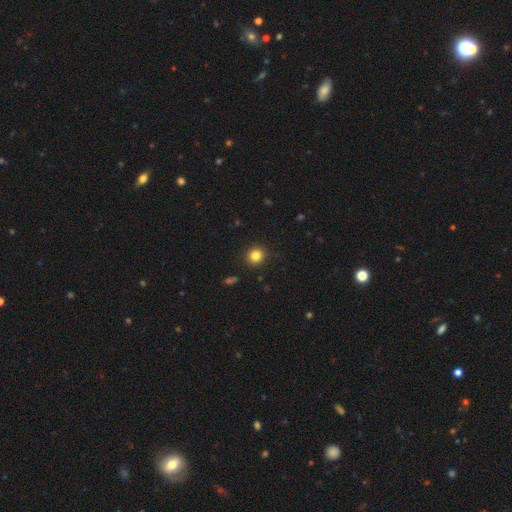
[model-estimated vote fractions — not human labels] smooth 83%, star or artifact 12%, featured or disk 5%. Down the decision tree: how rounded — round (89%); merging — none (91%).